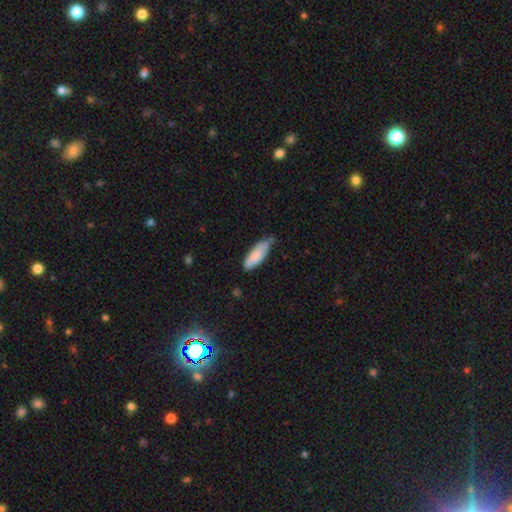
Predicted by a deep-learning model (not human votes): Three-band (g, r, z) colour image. It shows a smooth galaxy with no disk features (79%) that is in between round and cigar-shaped (66%). Merging: none (46%).